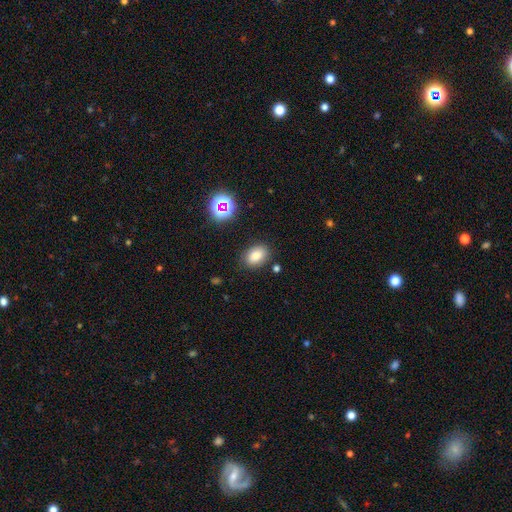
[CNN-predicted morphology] type=smooth (80%); roundness=in between (81%); merging=none (82%).